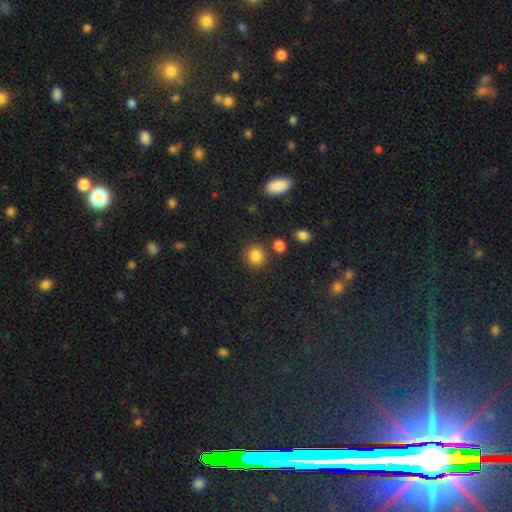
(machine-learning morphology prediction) smooth-or-featured: smooth: 84% | star or artifact: 12% | featured or disk: 4%
  how-rounded: round: 88% | in between: 11% | cigar-shaped: 1%
  merging: none: 82% | minor disturbance: 9% | merger: 6% | major disturbance: 3%